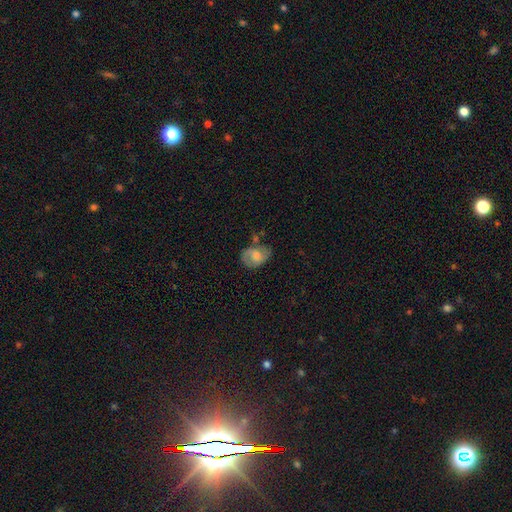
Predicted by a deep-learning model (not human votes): smooth_or_featured: smooth (p=0.53) [alt: featured or disk p=0.39]
how_rounded: in between (p=0.73) [alt: round p=0.25]
merging: none (p=0.50) [alt: minor disturbance p=0.29]